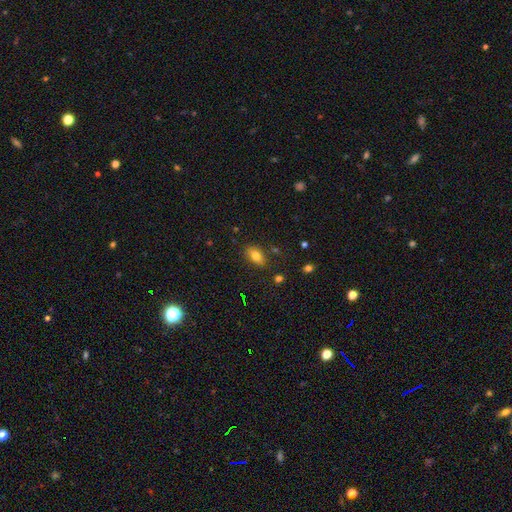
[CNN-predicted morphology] A smooth galaxy with no disk features (78%) that is in between round and cigar-shaped (87%).

Vote fractions:
- Smooth or featured? smooth: 78% / featured or disk: 12% / star or artifact: 10%
- How rounded? in between: 87% / round: 9% / cigar-shaped: 4%
- Merging? none: 83% / minor disturbance: 12% / major disturbance: 3% / merger: 3%